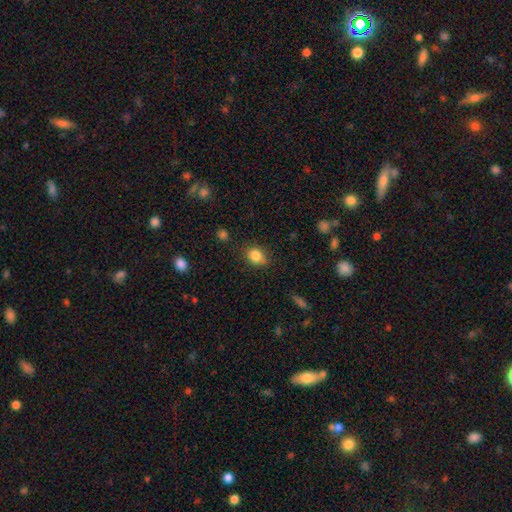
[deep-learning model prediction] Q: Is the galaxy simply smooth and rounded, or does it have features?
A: smooth — 84%.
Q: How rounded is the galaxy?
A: round — 51%.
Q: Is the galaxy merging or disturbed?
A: none — 77%.